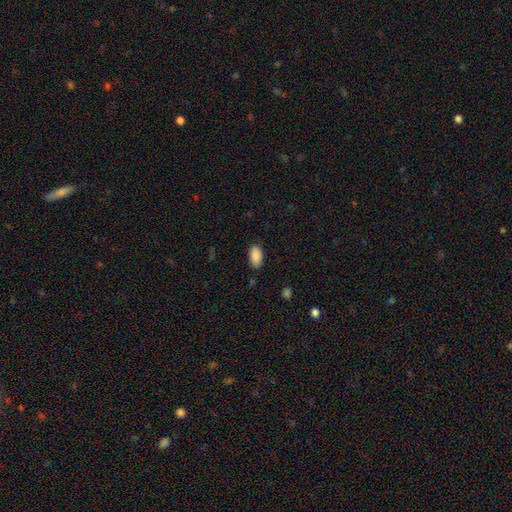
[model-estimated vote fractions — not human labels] smooth-or-featured: smooth: 89% | star or artifact: 7% | featured or disk: 4%
  how-rounded: in between: 94% | round: 3% | cigar-shaped: 3%
  merging: none: 85% | minor disturbance: 11% | major disturbance: 2% | merger: 1%